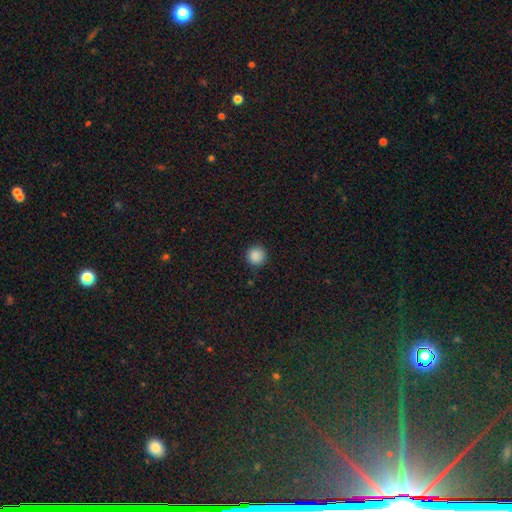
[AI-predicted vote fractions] This is clearly a smooth galaxy (88%). How rounded: clearly round (95%). Merging: clearly none (91%).